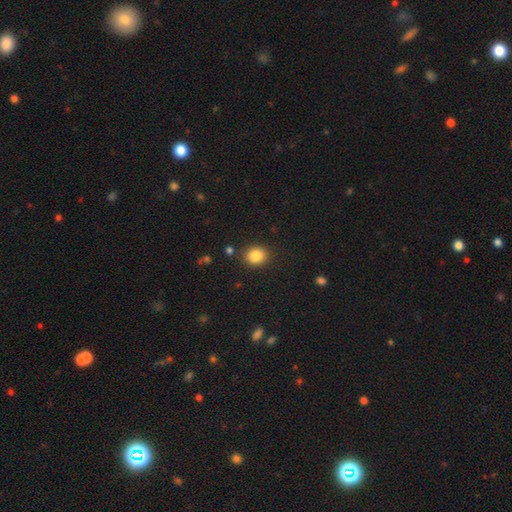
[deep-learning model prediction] smooth 86%, star or artifact 10%, featured or disk 5%. Down the decision tree: how rounded — round (62%); merging — none (87%).